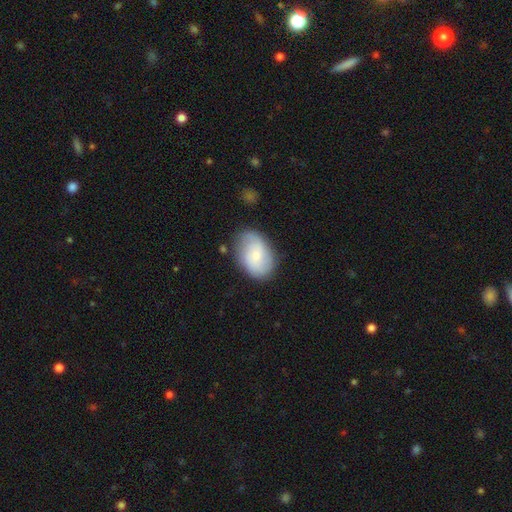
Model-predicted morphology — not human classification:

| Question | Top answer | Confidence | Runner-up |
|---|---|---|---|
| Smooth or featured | smooth | 53% | featured or disk (40%) |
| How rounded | in between | 83% | round (16%) |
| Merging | none | 73% | minor disturbance (19%) |